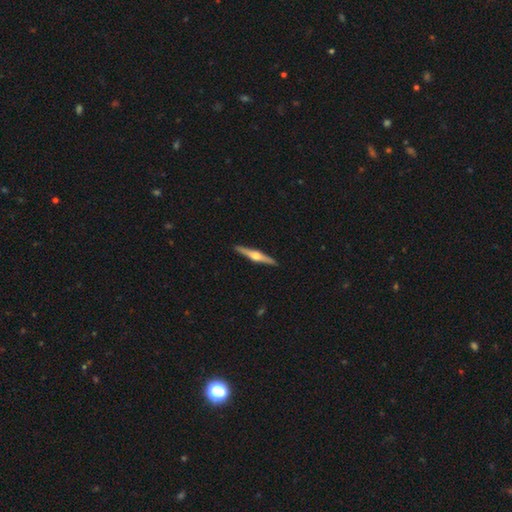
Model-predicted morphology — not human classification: Q: Smooth or featured?
A: featured or disk (74%); runner-up: smooth (21%)
Q: Edge-on disk?
A: yes (98%); runner-up: no (2%)
Q: Edge-on bulge?
A: rounded (95%); runner-up: boxy (3%)
Q: Merging?
A: none (92%); runner-up: minor disturbance (6%)